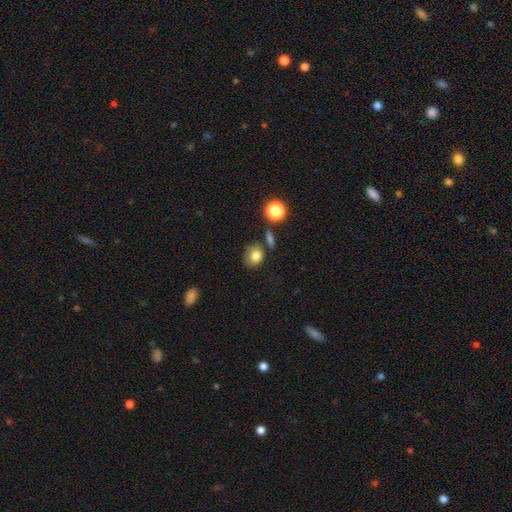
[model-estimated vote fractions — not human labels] A smooth galaxy with no disk features (80%) that is round (57%).

Vote fractions:
- Smooth or featured? smooth: 80% / star or artifact: 11% / featured or disk: 9%
- How rounded? round: 57% / in between: 41% / cigar-shaped: 1%
- Merging? none: 63% / minor disturbance: 22% / merger: 9% / major disturbance: 7%